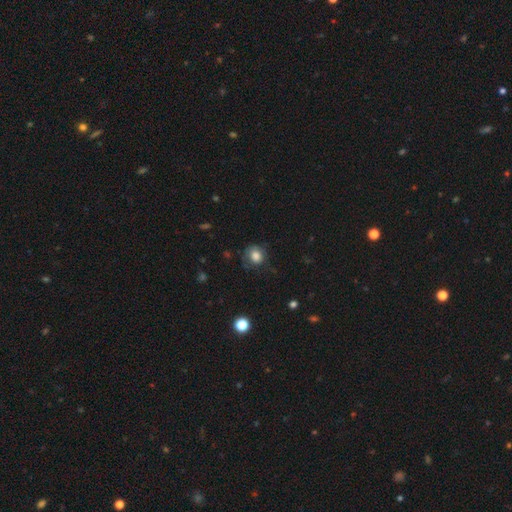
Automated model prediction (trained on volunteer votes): Smooth or featured? Predicted: smooth (p=0.79). How rounded? Predicted: round (p=0.79). Merging? Predicted: none (p=0.63).